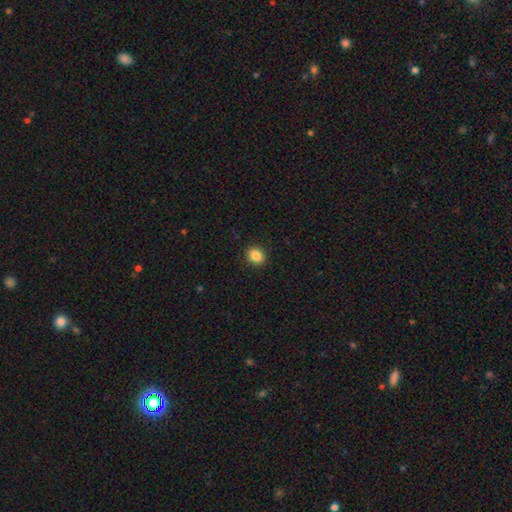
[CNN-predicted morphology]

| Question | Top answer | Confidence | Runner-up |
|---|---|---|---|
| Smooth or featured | smooth | 86% | star or artifact (10%) |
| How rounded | round | 60% | in between (39%) |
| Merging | none | 91% | minor disturbance (7%) |